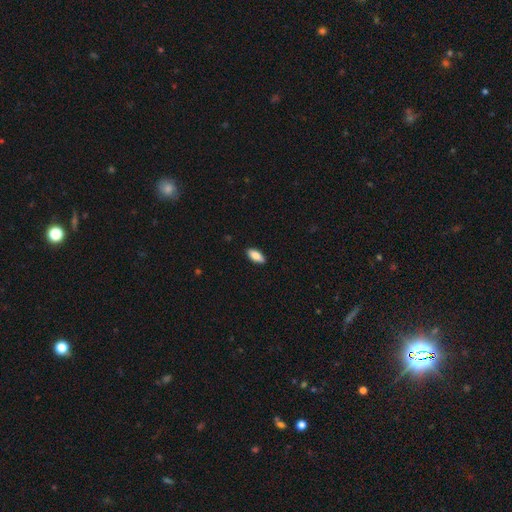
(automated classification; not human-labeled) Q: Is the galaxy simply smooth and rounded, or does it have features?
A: smooth — 83%.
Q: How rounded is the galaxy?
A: in between — 88%.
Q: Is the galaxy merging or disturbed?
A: none — 89%.